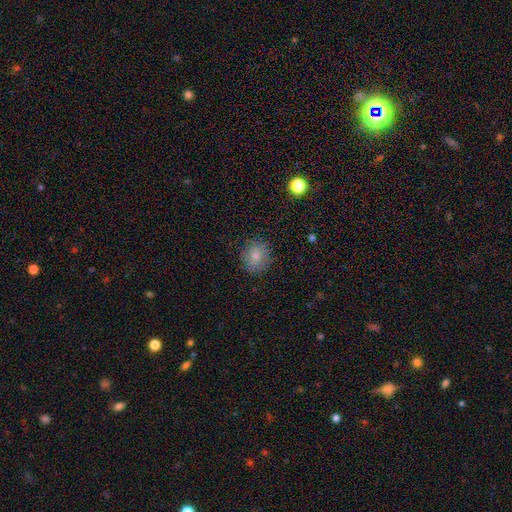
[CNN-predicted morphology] The model was most divided on "how rounded": round: 82%, in between: 17%, cigar-shaped: 1%. More confident: merging — none (83%); smooth or featured — smooth (80%).